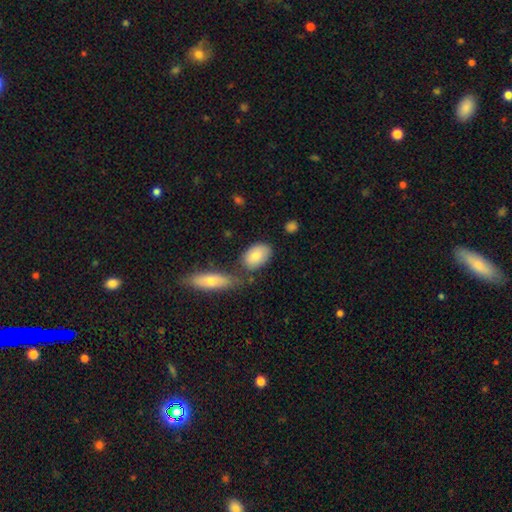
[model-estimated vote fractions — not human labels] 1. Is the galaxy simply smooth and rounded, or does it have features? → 81% smooth, 13% featured or disk, 6% star or artifact.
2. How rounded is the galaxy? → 89% in between, 8% round, 2% cigar-shaped.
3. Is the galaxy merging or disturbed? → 62% none, 17% merger, 16% minor disturbance, 4% major disturbance.